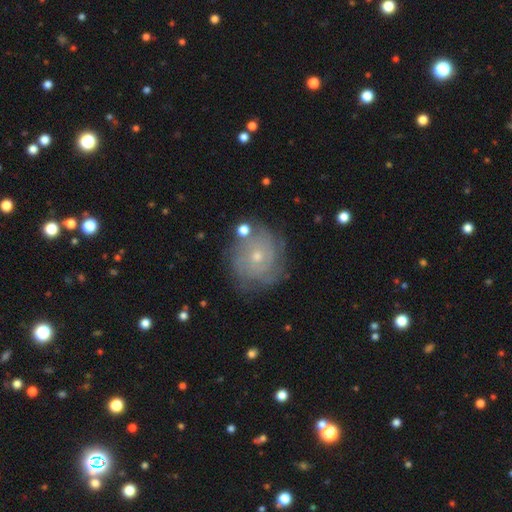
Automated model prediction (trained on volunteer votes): A featured or disk galaxy (68%) with no bar (81%), tight (75%) spiral arms (89%) and a small central bulge (71%).

Vote fractions:
- Smooth or featured? featured or disk: 68% / smooth: 19% / star or artifact: 12%
- Edge-on disk? no: 97% / yes: 3%
- Bar? no: 81% / weak: 16% / strong: 3%
- Spiral arms? yes: 89% / no: 11%
- Spiral winding? tight: 75% / medium: 19% / loose: 6%
- Spiral arm count? can't tell: 50% / 3: 13% / 4: 12% / 2: 11% / more than 4: 8% / 1: 6%
- Bulge size? small: 71% / moderate: 26% / none: 1% / large: 1% / dominant: 1%
- Merging? none: 78% / minor disturbance: 14% / major disturbance: 5% / merger: 3%